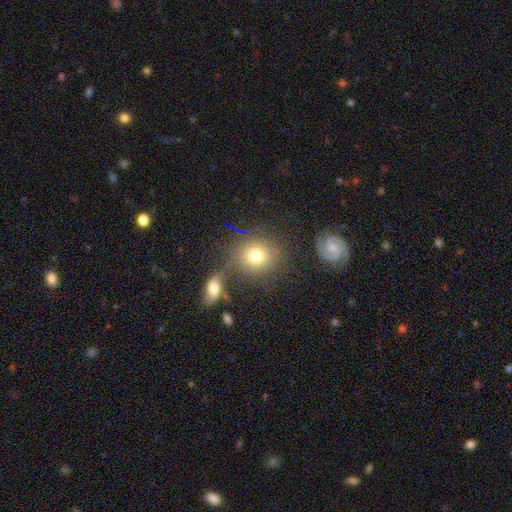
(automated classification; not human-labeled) smooth 74%, star or artifact 13%, featured or disk 12%. Down the decision tree: how rounded — round (80%); merging — none (73%).